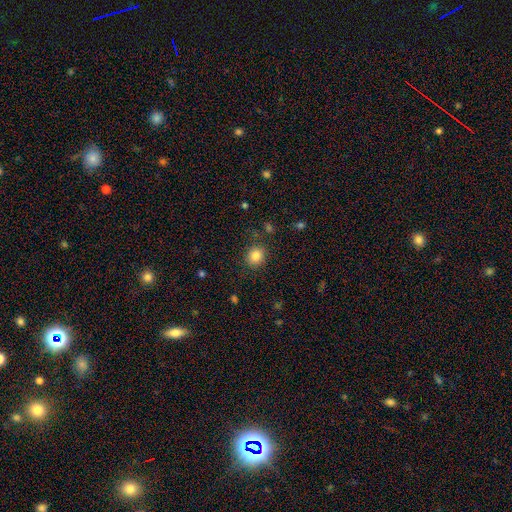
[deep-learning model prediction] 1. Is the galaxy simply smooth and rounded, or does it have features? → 83% smooth, 11% star or artifact, 6% featured or disk.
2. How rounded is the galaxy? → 81% round, 18% in between, 1% cigar-shaped.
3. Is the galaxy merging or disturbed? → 84% none, 11% minor disturbance, 4% major disturbance, 2% merger.